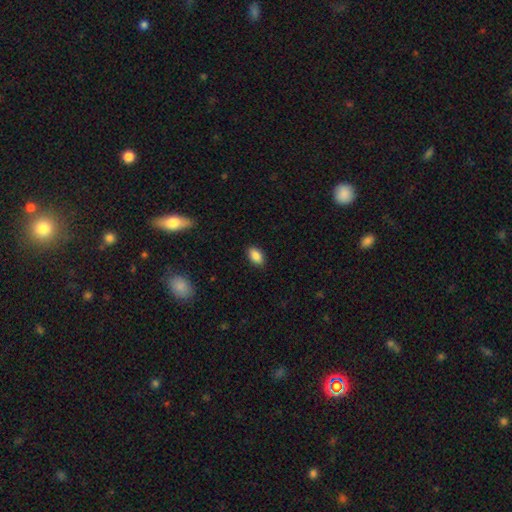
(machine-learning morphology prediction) Smooth or featured?
  - smooth: 88% *
  - star or artifact: 8%
  - featured or disk: 4%
How rounded?
  - in between: 92% *
  - round: 6%
  - cigar-shaped: 2%
Merging?
  - none: 87% *
  - minor disturbance: 9%
  - major disturbance: 2%
  - merger: 1%